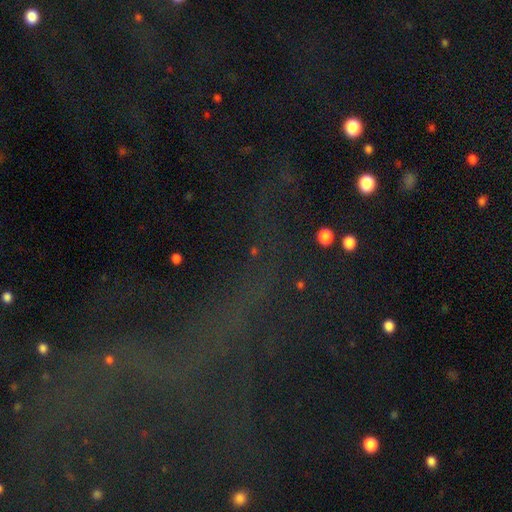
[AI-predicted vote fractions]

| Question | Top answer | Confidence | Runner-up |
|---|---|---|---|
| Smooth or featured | star or artifact | 71% | featured or disk (15%) |